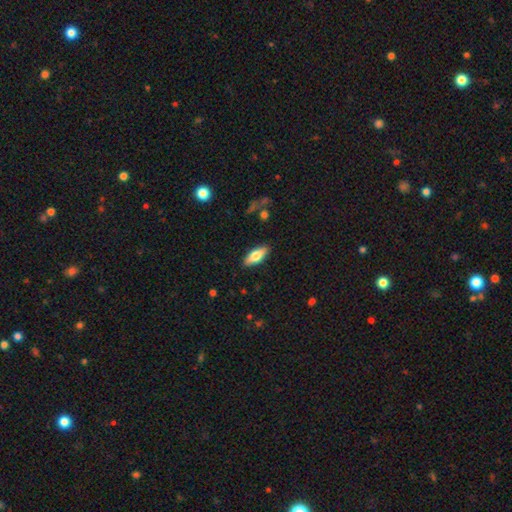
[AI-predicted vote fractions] smooth-or-featured: smooth: 66% | featured or disk: 28% | star or artifact: 6%
  how-rounded: in between: 73% | cigar-shaped: 25% | round: 3%
  merging: none: 89% | minor disturbance: 8% | major disturbance: 2% | merger: 1%